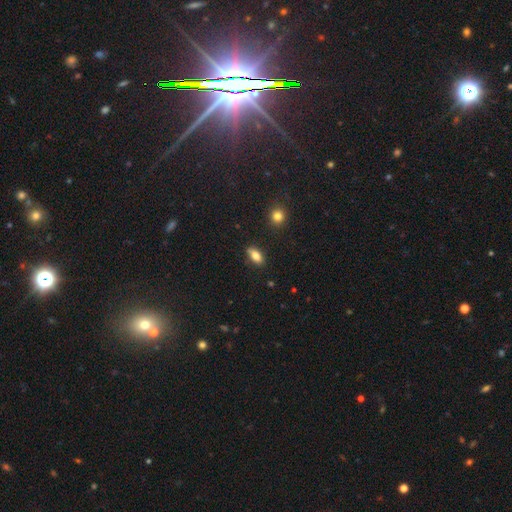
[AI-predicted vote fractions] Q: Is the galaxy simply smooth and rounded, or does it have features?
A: smooth — 79%.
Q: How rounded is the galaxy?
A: in between — 86%.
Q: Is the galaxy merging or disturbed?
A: none — 83%.